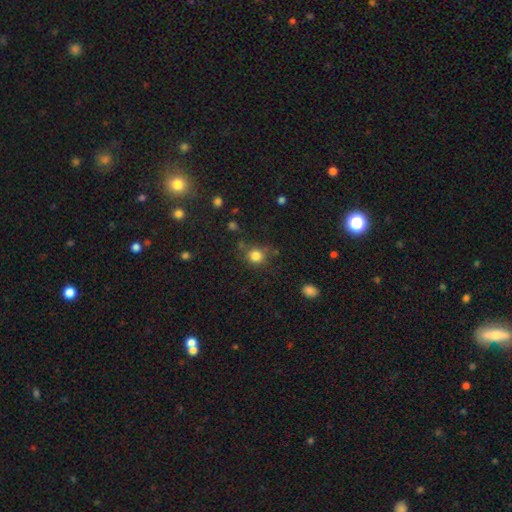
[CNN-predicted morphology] smooth-or-featured: smooth: 81% | star or artifact: 13% | featured or disk: 6%
  how-rounded: round: 85% | in between: 14% | cigar-shaped: 1%
  merging: none: 74% | minor disturbance: 15% | merger: 6% | major disturbance: 5%